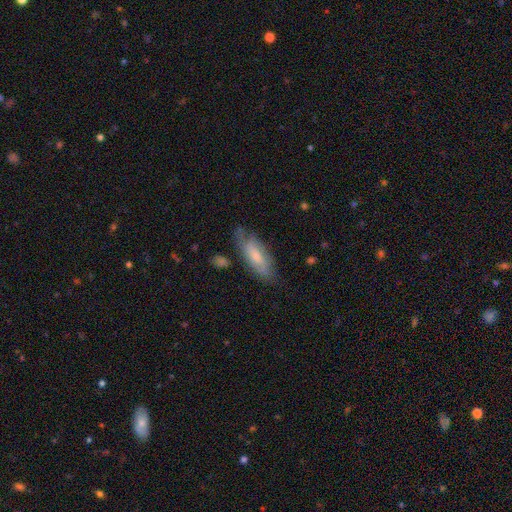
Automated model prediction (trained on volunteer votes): The model was most divided on "smooth or featured": smooth: 56%, featured or disk: 37%, star or artifact: 6%. More confident: merging — none (66%); how rounded — in between (64%).